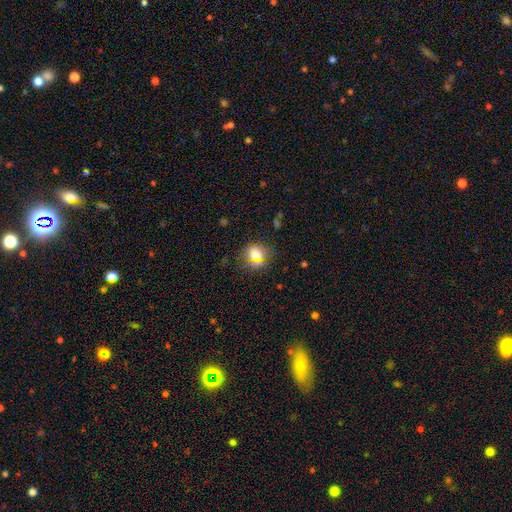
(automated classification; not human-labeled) A smooth galaxy with no disk features (69%) that is round (78%). Merging: none (82%).